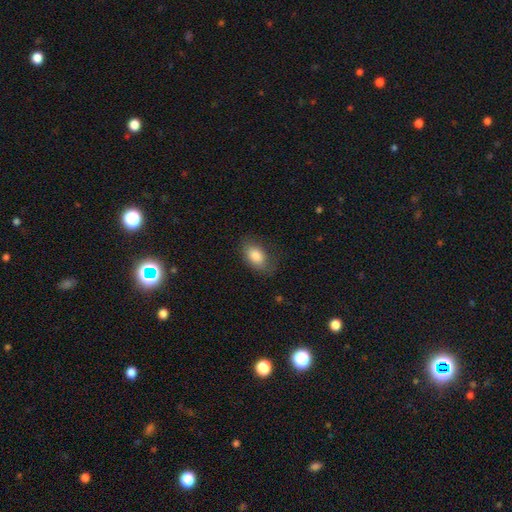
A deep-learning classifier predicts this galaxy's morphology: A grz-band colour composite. It shows a smooth galaxy with no disk features (83%) that is in between round and cigar-shaped (91%). Merging: none (72%).